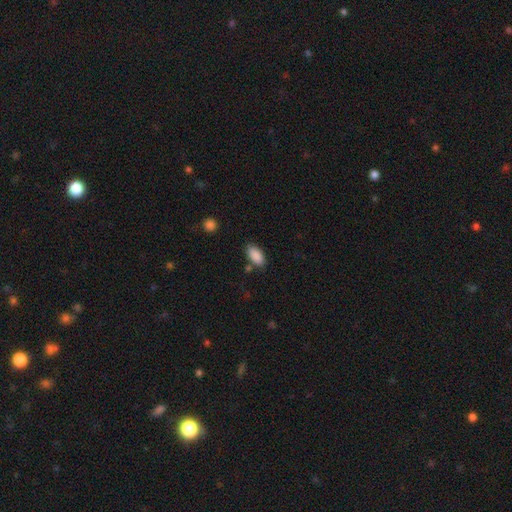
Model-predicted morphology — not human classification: Q: Smooth or featured?
A: smooth (89%); runner-up: star or artifact (7%)
Q: How rounded?
A: in between (91%); runner-up: cigar-shaped (6%)
Q: Merging?
A: none (80%); runner-up: minor disturbance (13%)